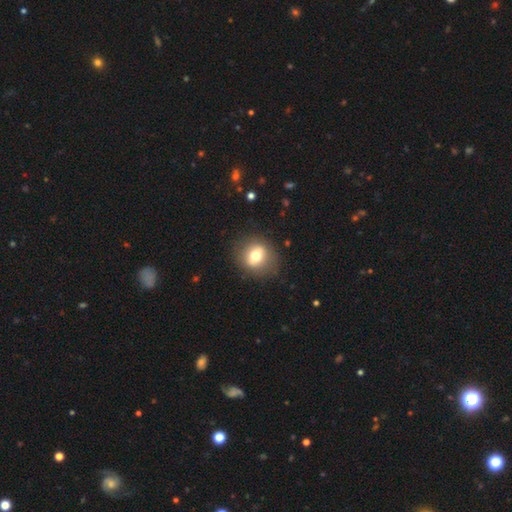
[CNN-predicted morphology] This is likely a smooth galaxy (68%). How rounded: likely round (75%). Merging: clearly none (83%).